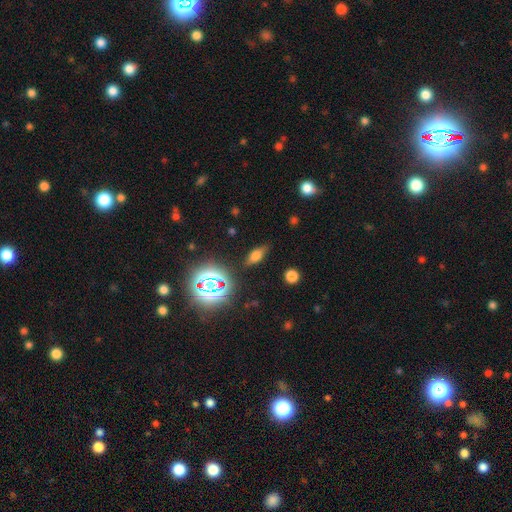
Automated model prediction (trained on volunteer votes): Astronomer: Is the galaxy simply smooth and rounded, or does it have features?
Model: smooth — 61%.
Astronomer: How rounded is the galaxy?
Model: in between — 72%.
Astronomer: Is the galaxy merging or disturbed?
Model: none — 77%.